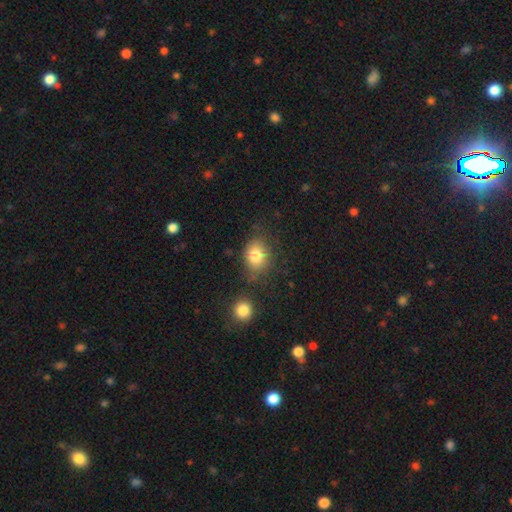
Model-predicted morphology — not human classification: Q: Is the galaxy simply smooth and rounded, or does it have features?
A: smooth — 82%.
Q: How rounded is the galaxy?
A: in between — 57%.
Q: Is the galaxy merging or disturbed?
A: none — 65%.